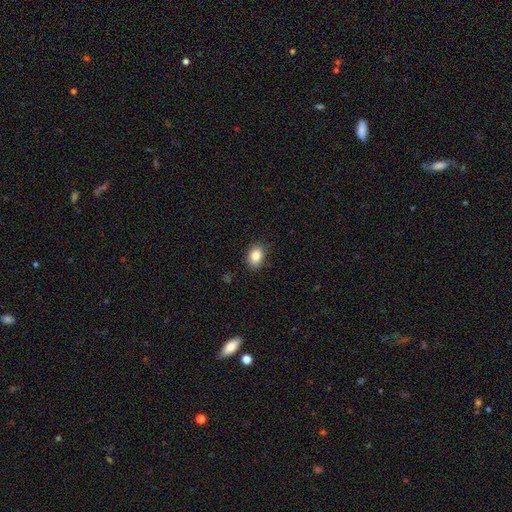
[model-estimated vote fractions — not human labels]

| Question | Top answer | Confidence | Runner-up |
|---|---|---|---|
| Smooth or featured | smooth | 85% | star or artifact (9%) |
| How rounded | in between | 71% | round (28%) |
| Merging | none | 85% | minor disturbance (11%) |